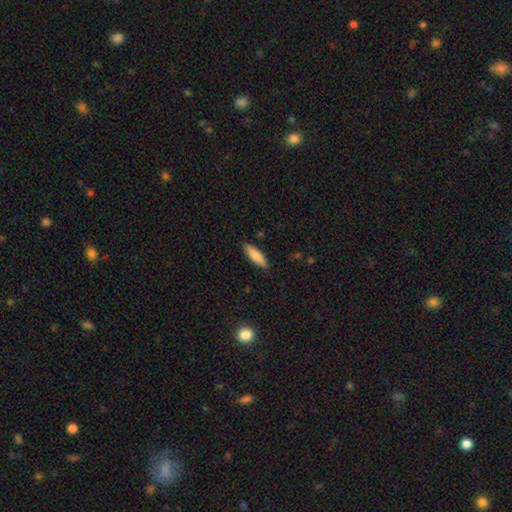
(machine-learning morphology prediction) Q: Smooth or featured?
A: smooth (83%); runner-up: featured or disk (12%)
Q: How rounded?
A: cigar-shaped (52%); runner-up: in between (46%)
Q: Merging?
A: none (88%); runner-up: minor disturbance (9%)